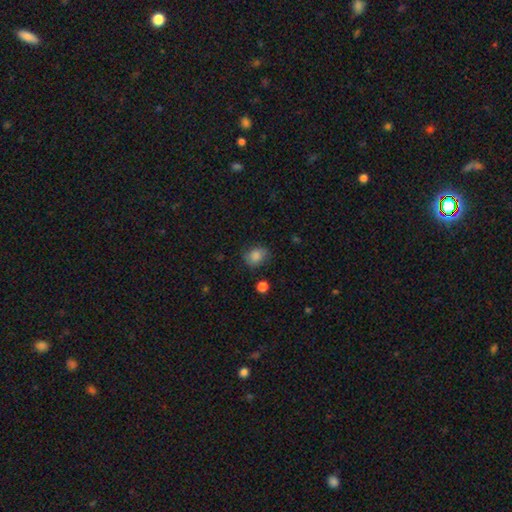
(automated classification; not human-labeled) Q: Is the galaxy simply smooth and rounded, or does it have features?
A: smooth — 83%.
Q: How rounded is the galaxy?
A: in between — 51%.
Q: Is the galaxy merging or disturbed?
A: none — 70%.